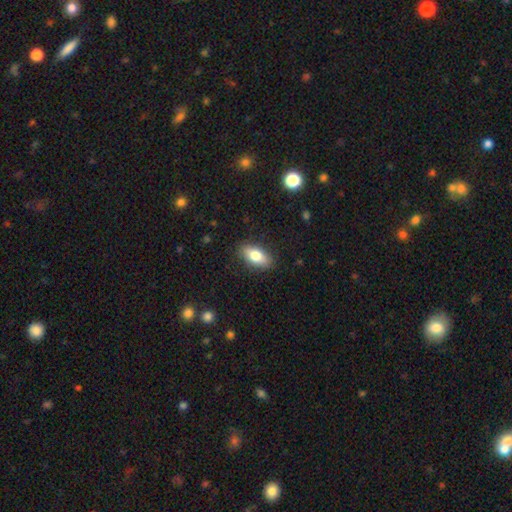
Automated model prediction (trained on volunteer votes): smooth-or-featured: smooth: 78% | featured or disk: 15% | star or artifact: 7%
  how-rounded: in between: 86% | cigar-shaped: 9% | round: 4%
  merging: none: 87% | minor disturbance: 9% | major disturbance: 2% | merger: 1%